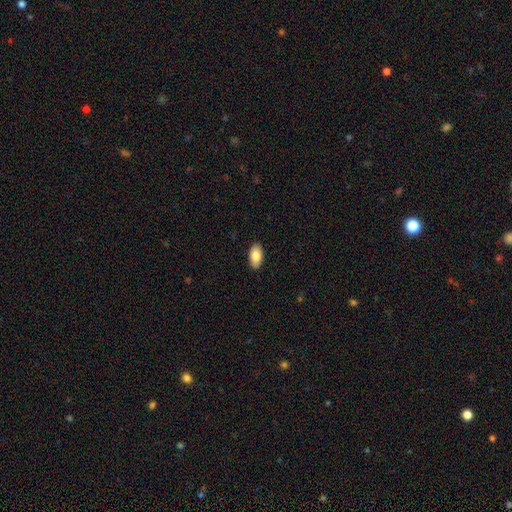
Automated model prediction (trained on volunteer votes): smooth_or_featured: smooth (p=0.86) [alt: featured or disk p=0.08]
how_rounded: in between (p=0.94) [alt: cigar-shaped p=0.03]
merging: none (p=0.89) [alt: minor disturbance p=0.08]